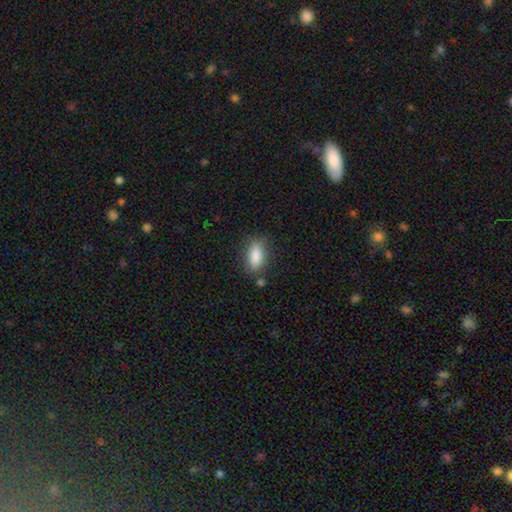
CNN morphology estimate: type=smooth (85%); roundness=in between (79%); merging=none (80%).